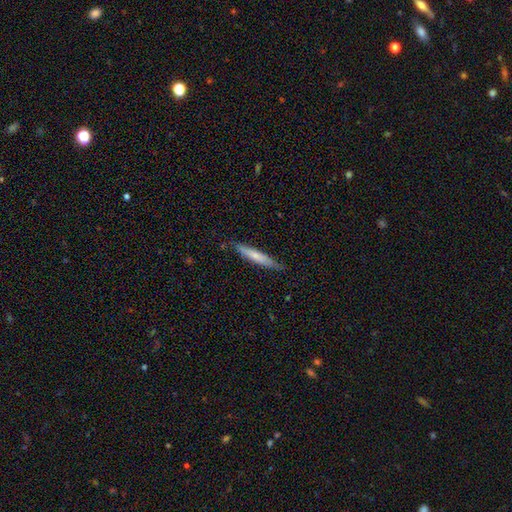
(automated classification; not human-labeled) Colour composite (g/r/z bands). It shows a smooth galaxy with no disk features (62%) that is cigar-shaped (92%). Merging: none (82%).